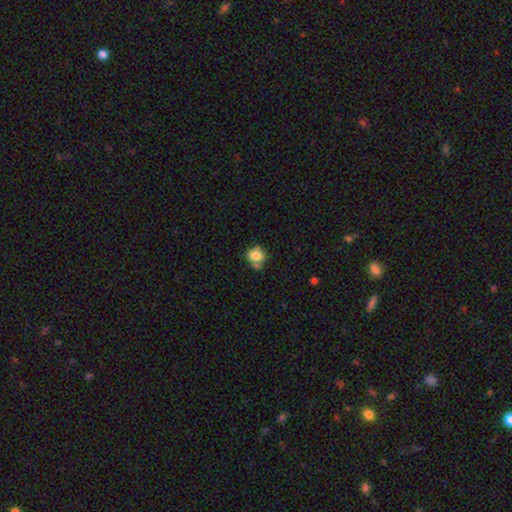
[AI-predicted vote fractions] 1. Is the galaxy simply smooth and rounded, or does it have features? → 77% smooth, 13% featured or disk, 10% star or artifact.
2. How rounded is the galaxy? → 78% round, 21% in between, 1% cigar-shaped.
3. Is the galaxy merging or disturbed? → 52% none, 21% merger, 21% minor disturbance, 6% major disturbance.